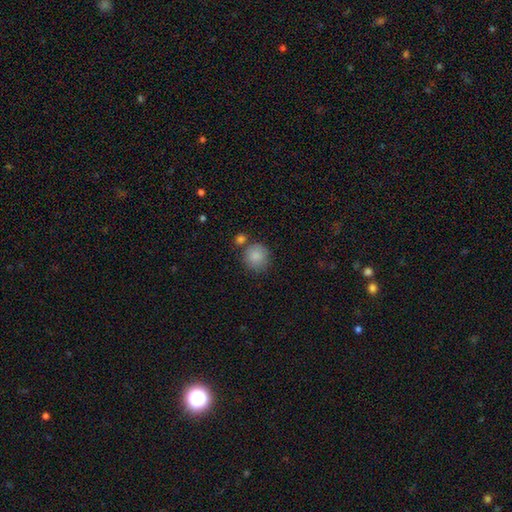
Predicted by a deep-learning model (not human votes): Q: Smooth or featured?
A: smooth (87%); runner-up: star or artifact (8%)
Q: How rounded?
A: round (91%); runner-up: in between (8%)
Q: Merging?
A: none (71%); runner-up: merger (13%)